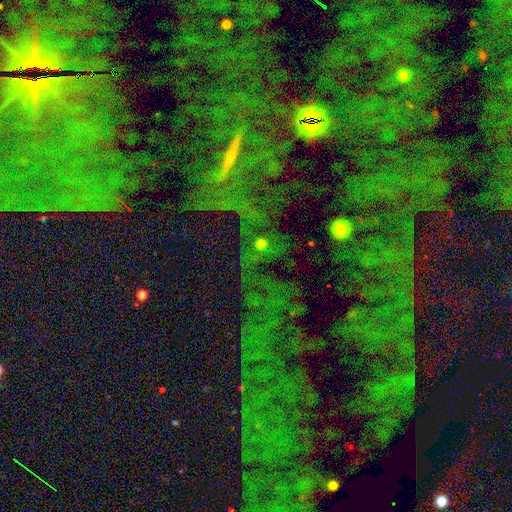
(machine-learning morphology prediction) This is clearly a star or artifact rather than a galaxy (81%).